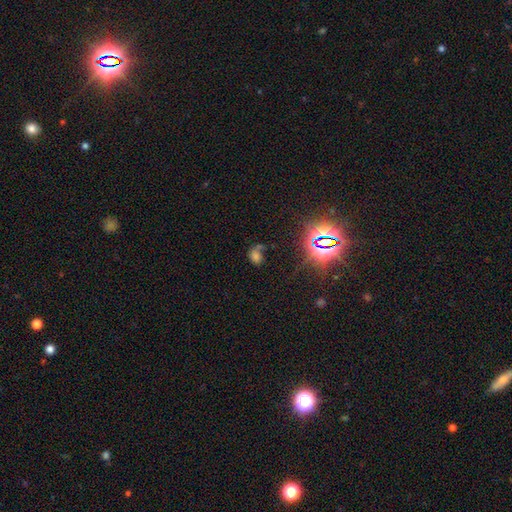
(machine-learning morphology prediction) Smooth or featured?
  - star or artifact: 49% *
  - smooth: 35%
  - featured or disk: 16%